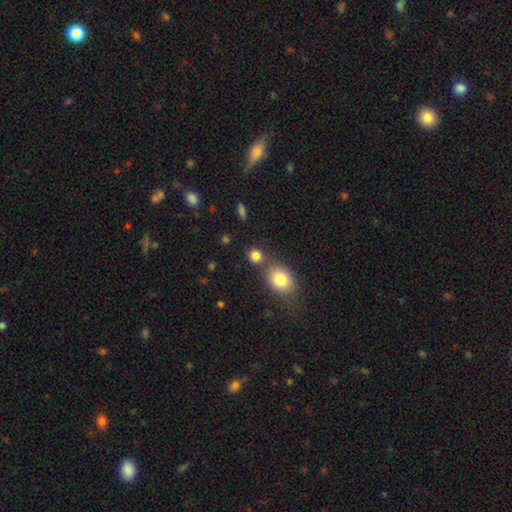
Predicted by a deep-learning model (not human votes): A smooth galaxy with no disk features (83%) that is round (73%).

Vote fractions:
- Smooth or featured? smooth: 83% / star or artifact: 11% / featured or disk: 6%
- How rounded? round: 73% / in between: 26% / cigar-shaped: 1%
- Merging? none: 62% / merger: 25% / minor disturbance: 9% / major disturbance: 4%